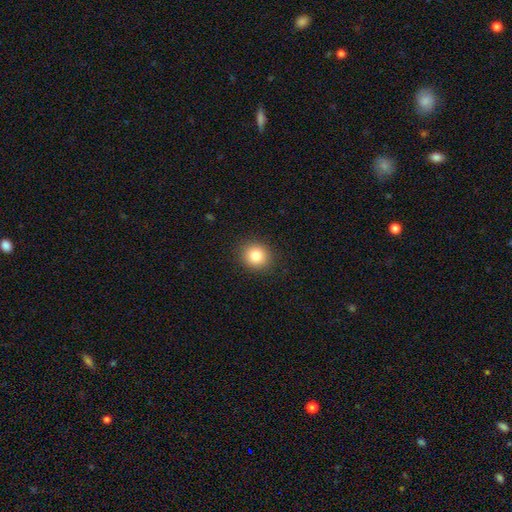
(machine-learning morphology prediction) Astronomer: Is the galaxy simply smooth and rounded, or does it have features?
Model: smooth — 84%.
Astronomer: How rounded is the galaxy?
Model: round — 83%.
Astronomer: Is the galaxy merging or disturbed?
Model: none — 90%.